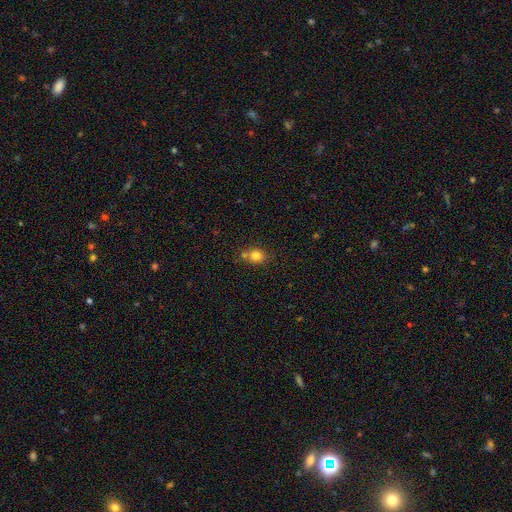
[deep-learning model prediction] This is likely a smooth galaxy (80%). How rounded: likely round (70%). Merging: possibly none (59%).